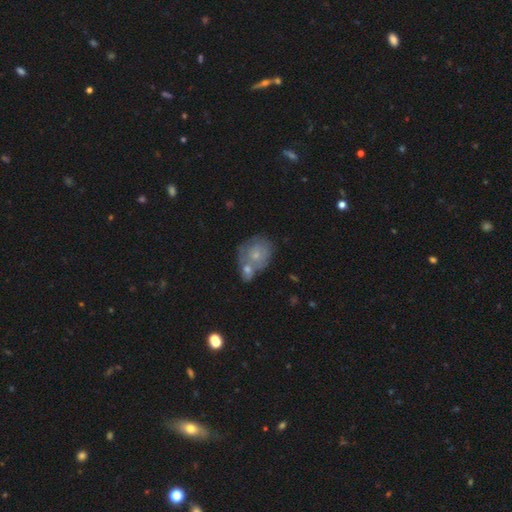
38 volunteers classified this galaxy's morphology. Q: Smooth or featured?
A: featured or disk (47%); runner-up: smooth (45%)
Q: Edge-on disk?
A: no (100%)
Q: Bar?
A: no (94%); runner-up: weak (6%)
Q: Spiral arms?
A: no (72%); runner-up: yes (28%)
Q: Bulge size?
A: small (78%); runner-up: moderate (22%)
Q: Merging?
A: merger (57%); runner-up: none (34%)